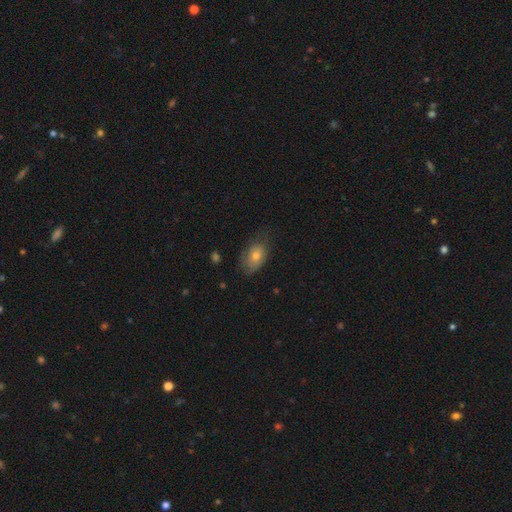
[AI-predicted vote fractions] Morphology: type=smooth (69%); roundness=in between (85%); merging=none (60%).